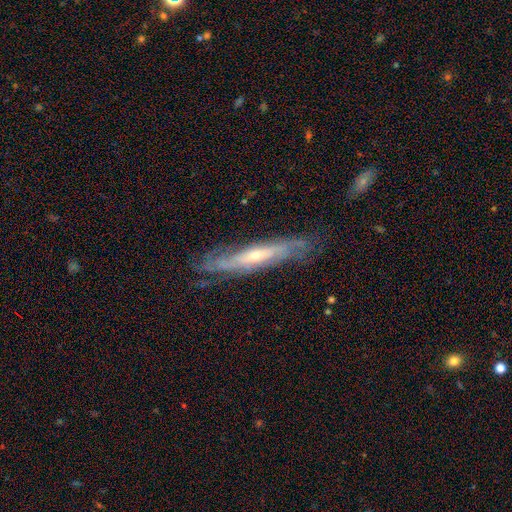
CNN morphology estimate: smooth-or-featured: featured or disk: 76% | smooth: 18% | star or artifact: 7%
  disk-edge-on: yes: 62% | no: 38%
  merging: none: 76% | minor disturbance: 18% | major disturbance: 5% | merger: 1%